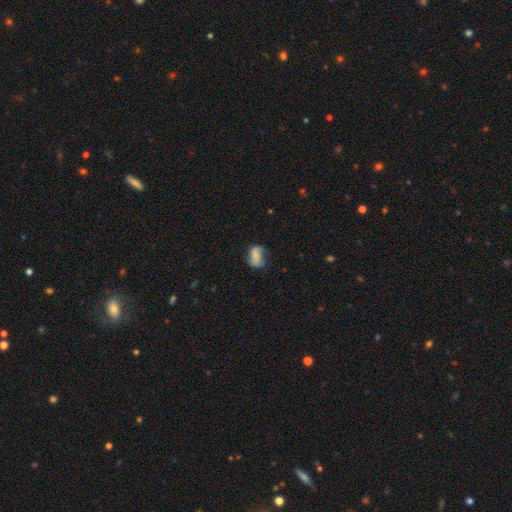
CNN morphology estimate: This appears to be a smooth galaxy with no disk features (59%) that is in between round and cigar-shaped (79%). Merging: none (42%).